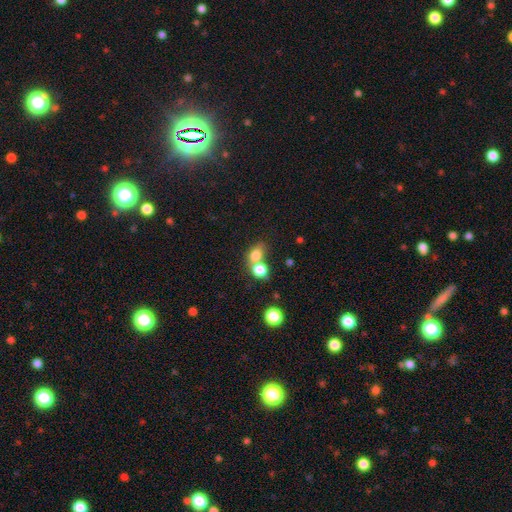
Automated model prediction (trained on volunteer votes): This appears to be a smooth galaxy with no disk features (77%) that is round (51%). Merging: merger (49%).